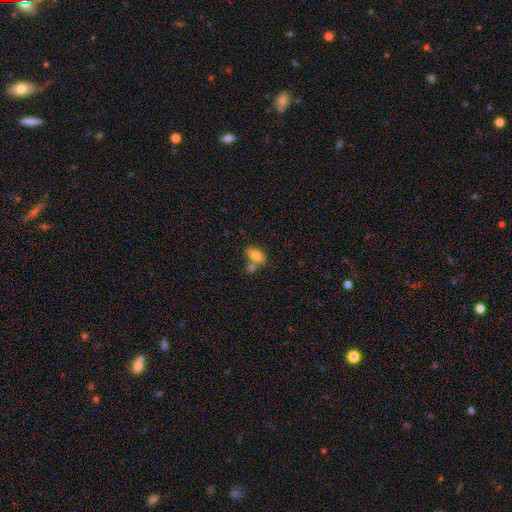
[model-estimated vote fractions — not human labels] Morphology: type=smooth (80%); roundness=in between (88%); merging=none (54%).